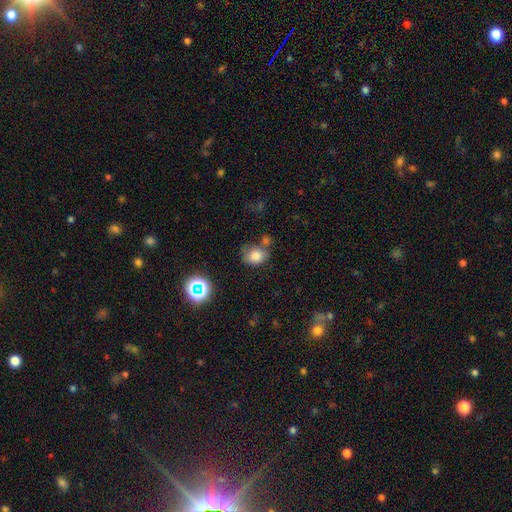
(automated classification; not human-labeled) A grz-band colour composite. It shows a smooth galaxy with no disk features (80%) that is round (51%). Merging: none (54%).